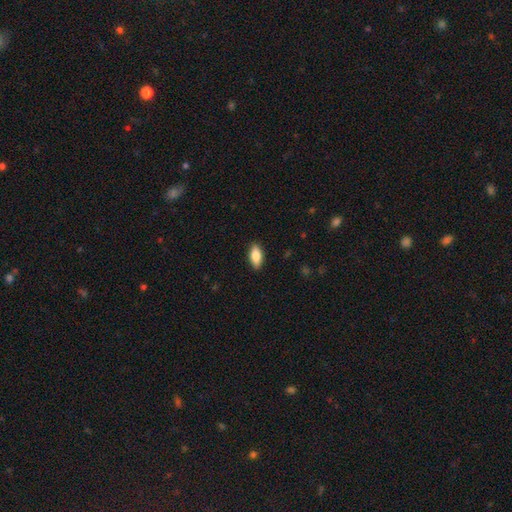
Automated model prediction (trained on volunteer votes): Q: Smooth or featured?
A: smooth (83%); runner-up: featured or disk (11%)
Q: How rounded?
A: in between (86%); runner-up: cigar-shaped (11%)
Q: Merging?
A: none (90%); runner-up: minor disturbance (8%)